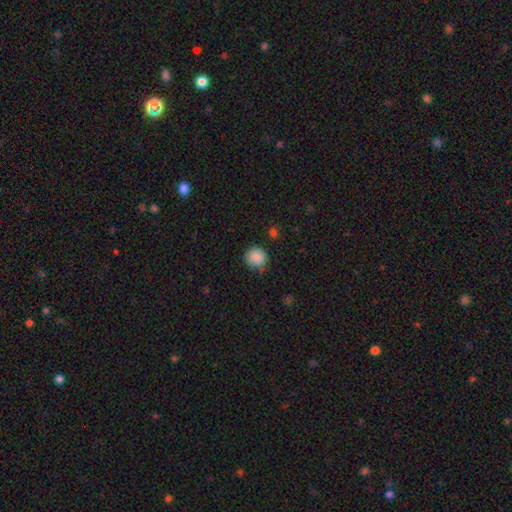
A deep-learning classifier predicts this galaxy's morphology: The model was most divided on "merging": none: 78%, minor disturbance: 16%, major disturbance: 3%, merger: 3%. More confident: how rounded — round (91%); smooth or featured — smooth (87%).